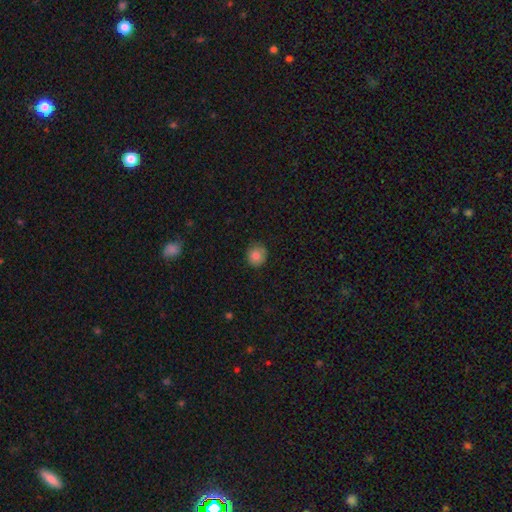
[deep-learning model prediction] Q: Smooth or featured?
A: smooth (82%); runner-up: star or artifact (10%)
Q: How rounded?
A: round (89%); runner-up: in between (10%)
Q: Merging?
A: none (86%); runner-up: minor disturbance (11%)